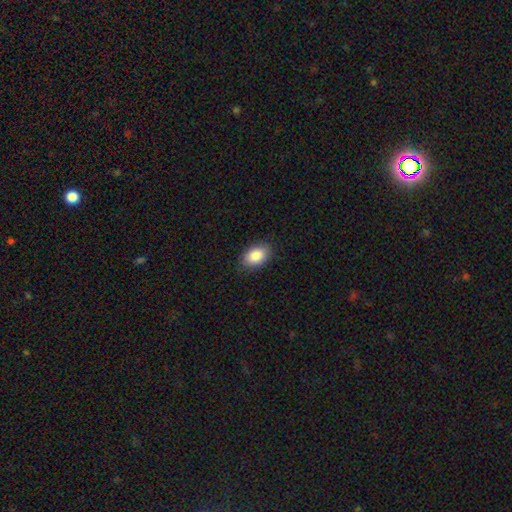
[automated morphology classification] Smooth or featured? smooth (88%)
How rounded? in between (90%)
Merging? none (85%)